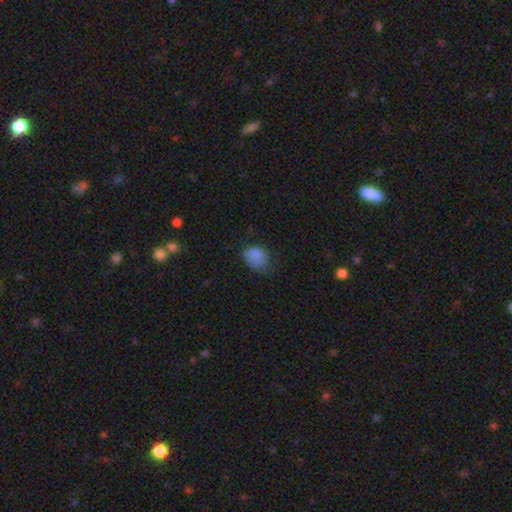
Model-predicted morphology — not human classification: Smooth or featured? Predicted: smooth (p=0.81). How rounded? Predicted: in between (p=0.64). Merging? Predicted: none (p=0.45).